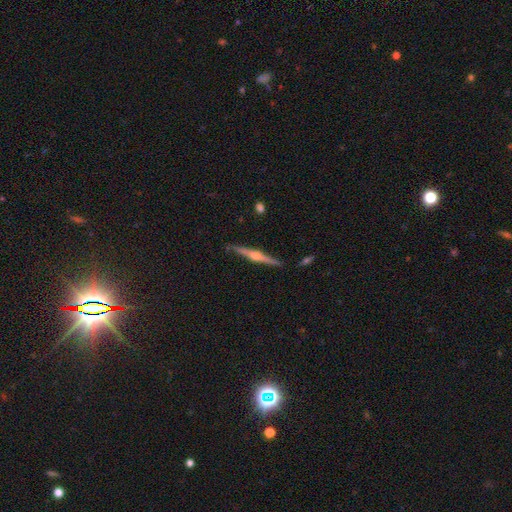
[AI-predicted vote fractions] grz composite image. It shows a featured or disk galaxy (79%) viewed edge-on (98%) with a rounded central bulge (91%). Merging: none (89%).